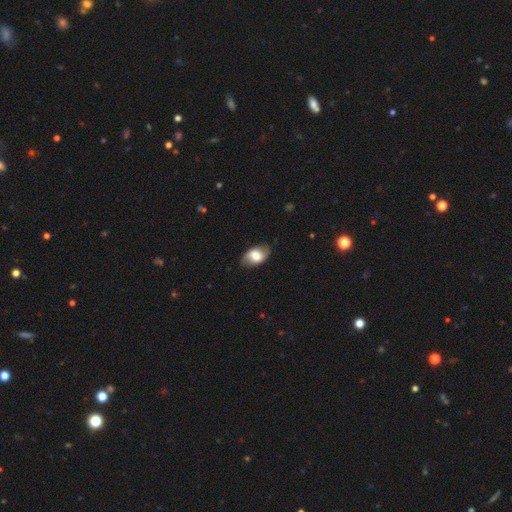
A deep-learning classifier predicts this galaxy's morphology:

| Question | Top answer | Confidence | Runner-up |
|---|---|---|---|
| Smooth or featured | smooth | 69% | featured or disk (24%) |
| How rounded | in between | 90% | round (8%) |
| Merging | none | 80% | minor disturbance (15%) |